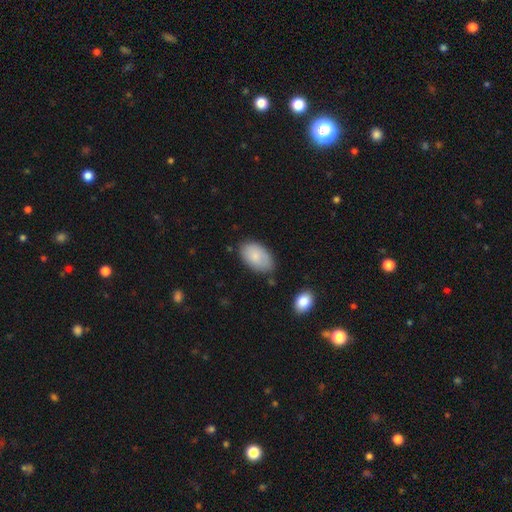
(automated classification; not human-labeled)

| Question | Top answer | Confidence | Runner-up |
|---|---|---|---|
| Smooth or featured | smooth | 83% | featured or disk (11%) |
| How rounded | in between | 94% | round (4%) |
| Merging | none | 77% | minor disturbance (17%) |